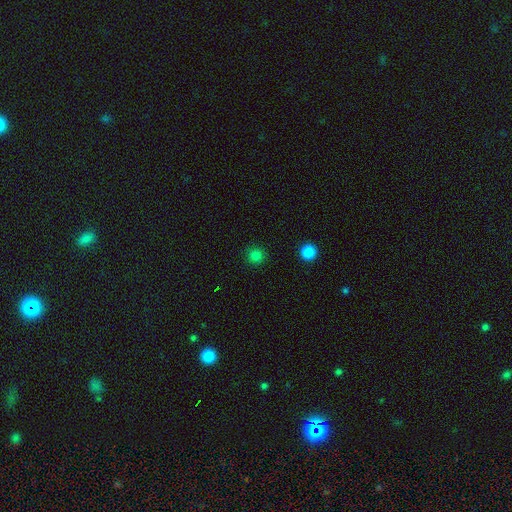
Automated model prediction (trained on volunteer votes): Morphology: type=smooth (81%); roundness=round (95%); merging=none (91%).